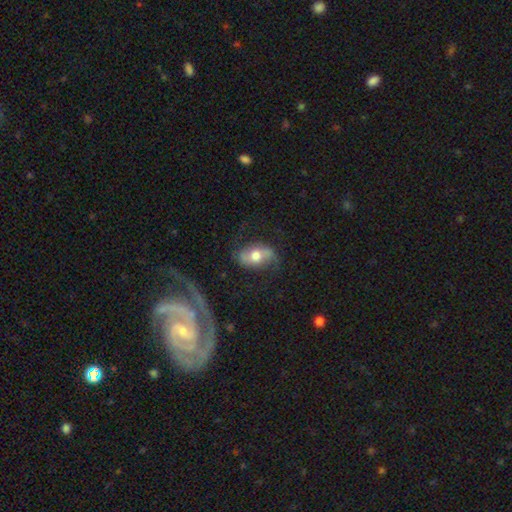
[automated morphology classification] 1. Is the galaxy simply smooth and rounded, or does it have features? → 55% featured or disk, 38% smooth, 7% star or artifact.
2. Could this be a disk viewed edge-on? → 90% no, 10% yes.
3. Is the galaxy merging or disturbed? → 70% none, 17% minor disturbance, 10% major disturbance, 2% merger.